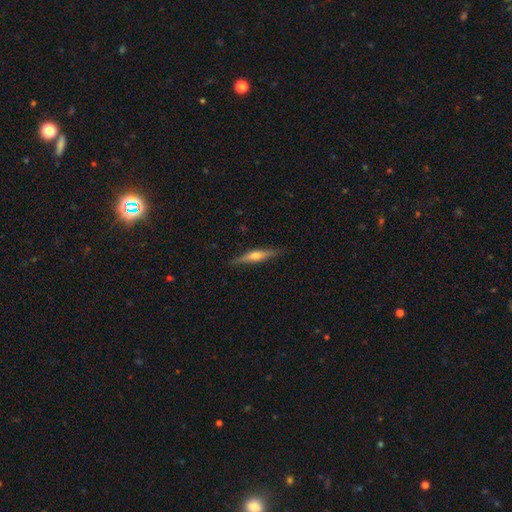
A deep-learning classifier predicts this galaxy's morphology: A featured or disk galaxy (59%) viewed edge-on (96%) with a rounded central bulge (89%).

Vote fractions:
- Smooth or featured? featured or disk: 59% / smooth: 35% / star or artifact: 6%
- Edge-on disk? yes: 96% / no: 4%
- Edge-on bulge? rounded: 89% / boxy: 6% / none: 5%
- Merging? none: 86% / minor disturbance: 10% / major disturbance: 2% / merger: 1%